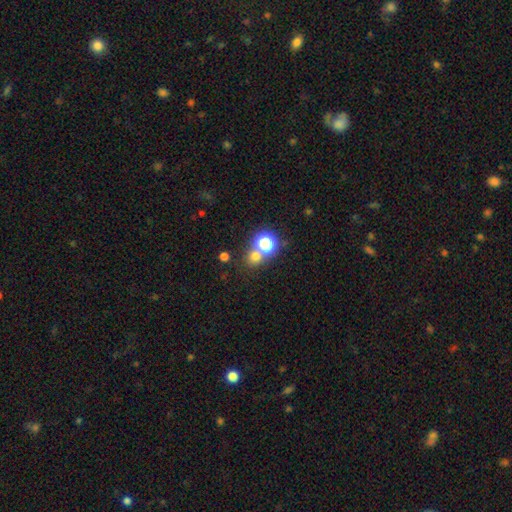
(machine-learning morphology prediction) type=smooth (65%); roundness=round (85%); merging=none (59%).